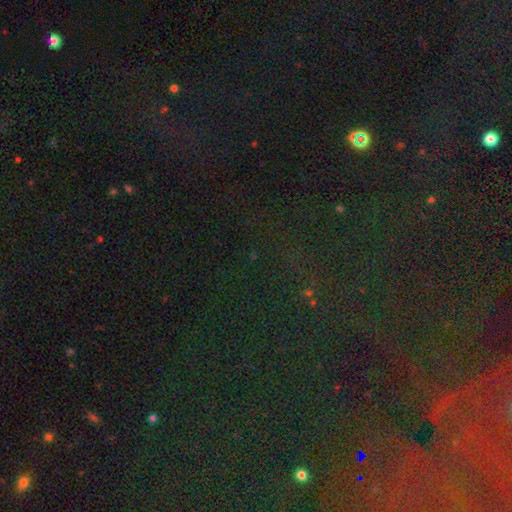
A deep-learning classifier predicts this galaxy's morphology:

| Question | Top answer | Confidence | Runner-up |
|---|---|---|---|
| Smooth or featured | star or artifact | 80% | smooth (11%) |